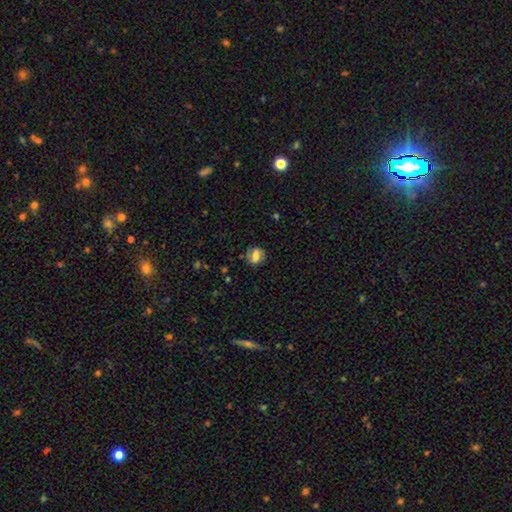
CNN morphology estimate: A smooth galaxy with no disk features (60%) that is round (60%).

Vote fractions:
- Smooth or featured? smooth: 60% / featured or disk: 30% / star or artifact: 10%
- How rounded? round: 60% / in between: 38% / cigar-shaped: 2%
- Merging? none: 79% / minor disturbance: 14% / major disturbance: 5% / merger: 2%